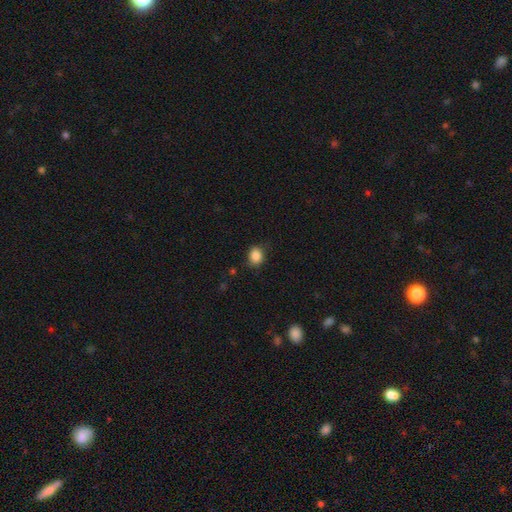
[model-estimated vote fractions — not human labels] A smooth galaxy with no disk features (86%) that is round (52%). Merging: none (81%).